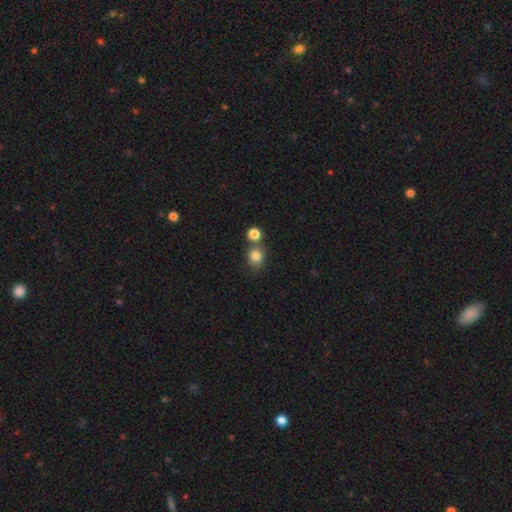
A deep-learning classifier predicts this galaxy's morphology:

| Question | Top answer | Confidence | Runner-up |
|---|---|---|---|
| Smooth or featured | smooth | 81% | star or artifact (13%) |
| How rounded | round | 76% | in between (23%) |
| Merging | none | 64% | merger (24%) |